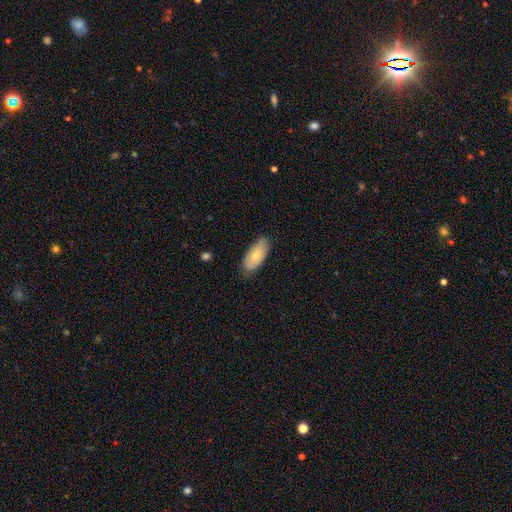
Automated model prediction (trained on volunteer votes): A smooth galaxy with no disk features (70%) that is in between round and cigar-shaped (91%).

Vote fractions:
- Smooth or featured? smooth: 70% / featured or disk: 24% / star or artifact: 6%
- How rounded? in between: 91% / cigar-shaped: 6% / round: 3%
- Merging? none: 73% / minor disturbance: 23% / major disturbance: 4% / merger: 1%